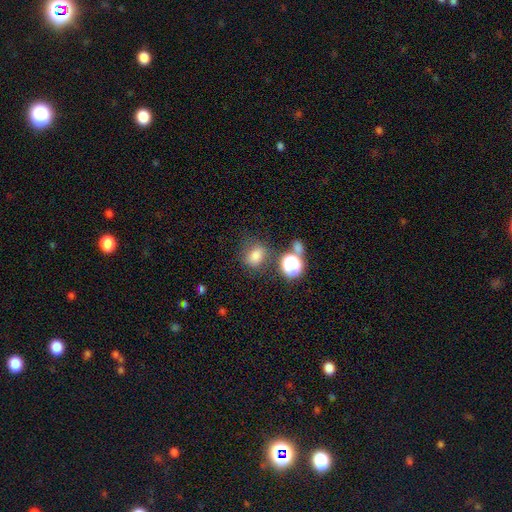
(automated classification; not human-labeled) Smooth or featured?
  - smooth: 74% *
  - star or artifact: 17%
  - featured or disk: 8%
How rounded?
  - round: 52% *
  - in between: 47%
  - cigar-shaped: 1%
Merging?
  - none: 66% *
  - minor disturbance: 17%
  - merger: 10%
  - major disturbance: 8%